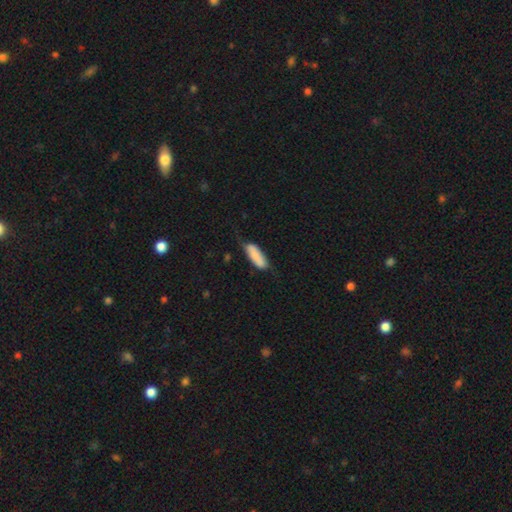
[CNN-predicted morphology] Smooth or featured? Predicted: smooth (p=0.82). How rounded? Predicted: in between (p=0.65). Merging? Predicted: none (p=0.59).